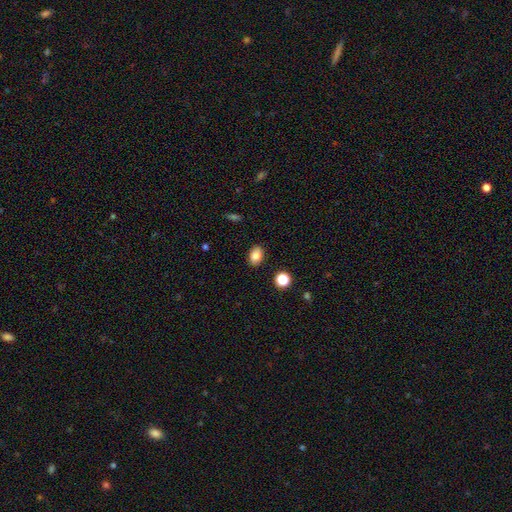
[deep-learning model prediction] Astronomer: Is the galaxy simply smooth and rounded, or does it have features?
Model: smooth — 84%.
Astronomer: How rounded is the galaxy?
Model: in between — 77%.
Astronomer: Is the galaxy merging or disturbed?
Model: none — 88%.